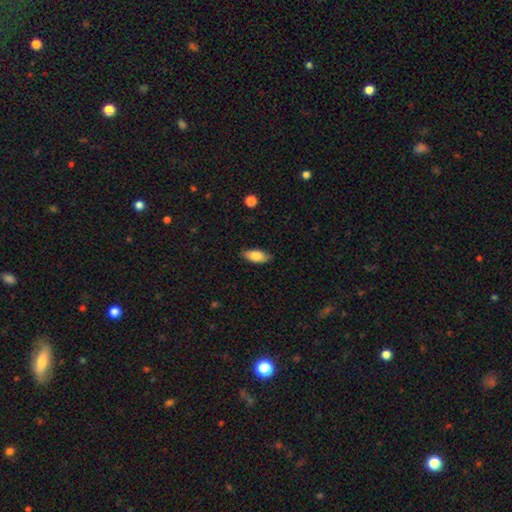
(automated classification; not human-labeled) This appears to be a smooth galaxy with no disk features (82%) that is in between round and cigar-shaped (86%). Merging: none (83%).